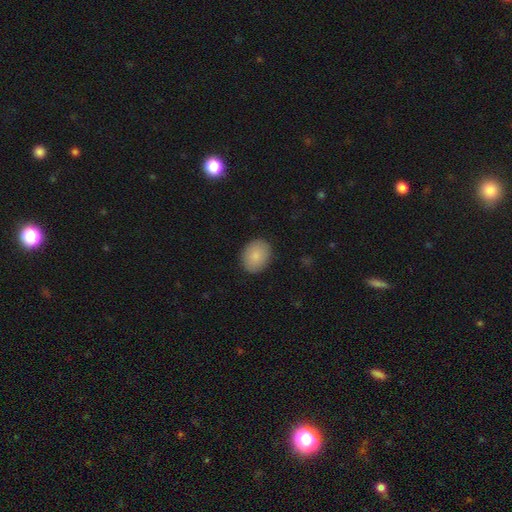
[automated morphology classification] smooth-or-featured: smooth: 87% | star or artifact: 7% | featured or disk: 6%
  how-rounded: in between: 54% | round: 45% | cigar-shaped: 1%
  merging: none: 88% | minor disturbance: 9% | major disturbance: 2% | merger: 1%